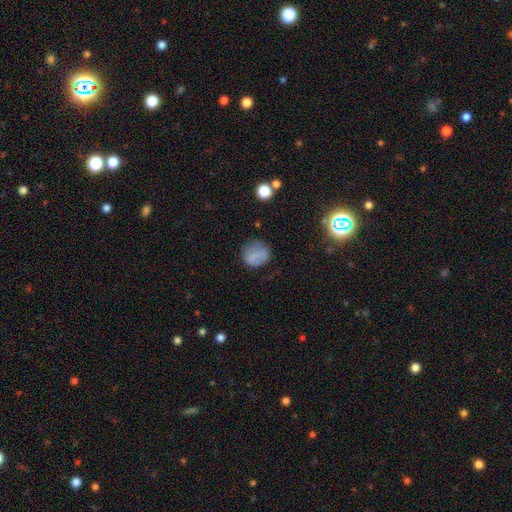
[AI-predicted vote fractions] This is likely a smooth galaxy (71%). How rounded: likely round (75%). Merging: likely none (71%).